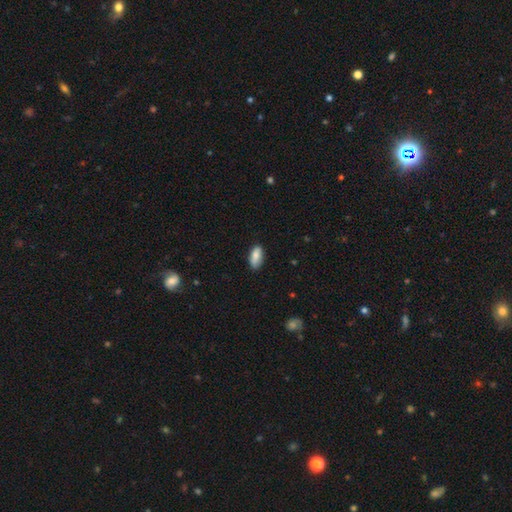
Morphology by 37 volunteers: type=smooth (92%); roundness=in between (74%); merging=none (76%).